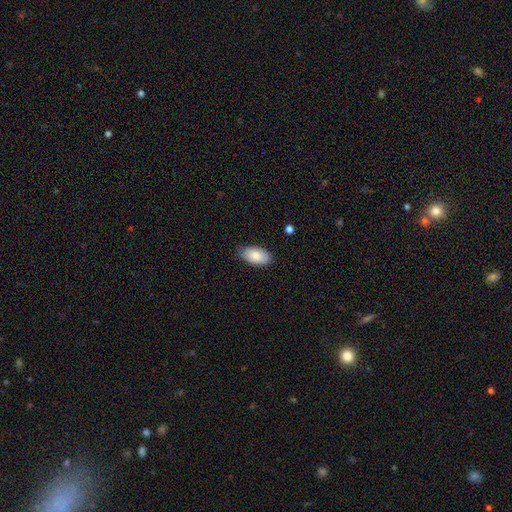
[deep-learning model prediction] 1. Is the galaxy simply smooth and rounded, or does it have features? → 85% smooth, 9% featured or disk, 6% star or artifact.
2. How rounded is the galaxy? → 95% in between, 3% round, 2% cigar-shaped.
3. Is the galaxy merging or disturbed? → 80% none, 16% minor disturbance, 2% major disturbance, 1% merger.